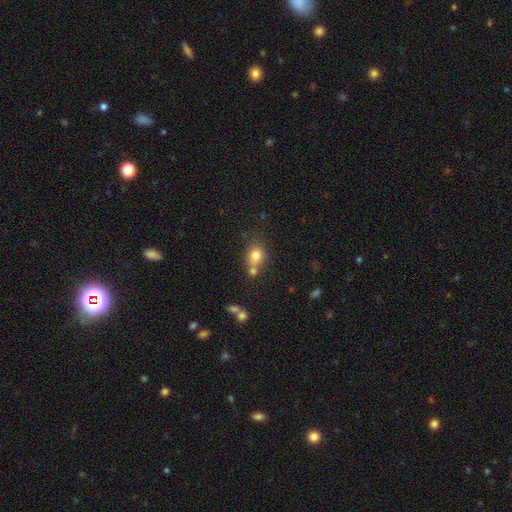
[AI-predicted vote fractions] Overall: smooth (78%). How rounded: round (64%; in between 35%). Merging: none (48%; merger 34%).